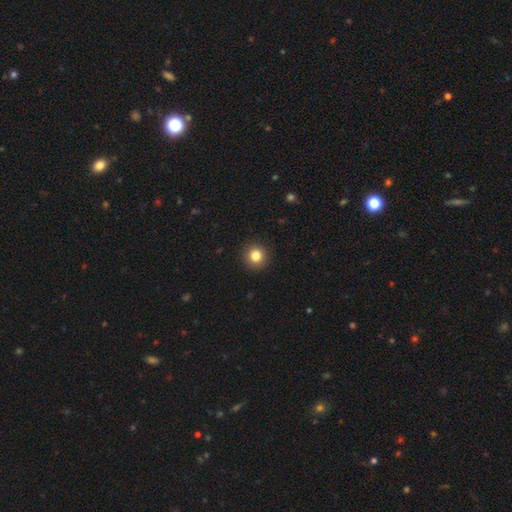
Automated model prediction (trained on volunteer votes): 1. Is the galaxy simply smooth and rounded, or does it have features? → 83% smooth, 11% star or artifact, 6% featured or disk.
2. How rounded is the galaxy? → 94% round, 5% in between, 1% cigar-shaped.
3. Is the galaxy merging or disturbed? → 92% none, 5% minor disturbance, 2% major disturbance, 1% merger.